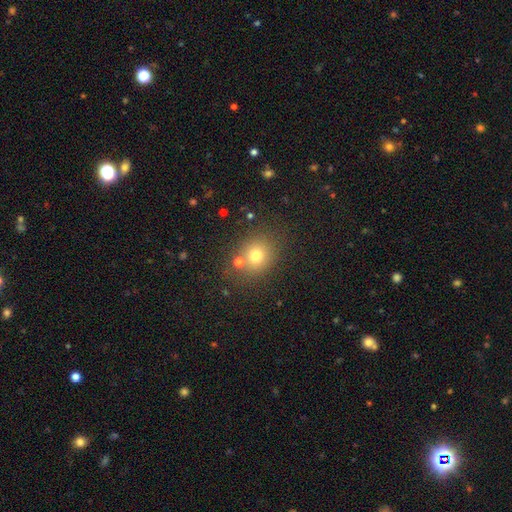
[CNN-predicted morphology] A smooth galaxy with no disk features (72%) that is round (74%).

Vote fractions:
- Smooth or featured? smooth: 72% / star or artifact: 17% / featured or disk: 11%
- How rounded? round: 74% / in between: 25% / cigar-shaped: 1%
- Merging? none: 71% / merger: 14% / minor disturbance: 11% / major disturbance: 4%